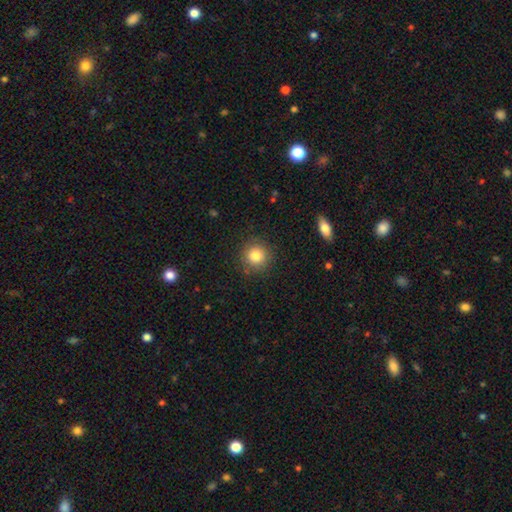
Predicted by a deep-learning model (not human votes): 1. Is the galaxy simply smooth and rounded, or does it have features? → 82% smooth, 11% star or artifact, 7% featured or disk.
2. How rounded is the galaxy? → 93% round, 6% in between, 1% cigar-shaped.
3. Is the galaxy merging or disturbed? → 88% none, 8% minor disturbance, 3% major disturbance, 1% merger.